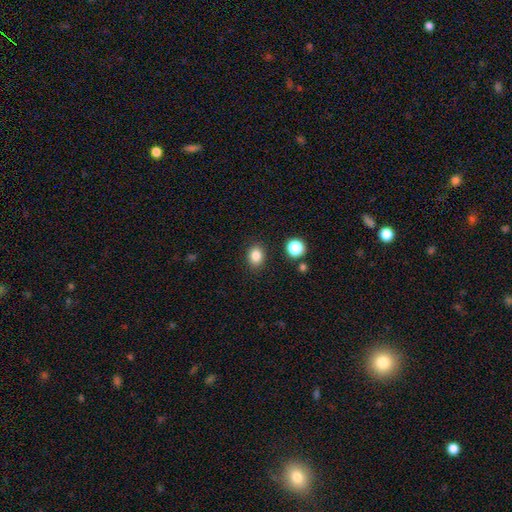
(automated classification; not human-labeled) Smooth or featured?
  - smooth: 84% *
  - star or artifact: 11%
  - featured or disk: 5%
How rounded?
  - in between: 56% *
  - round: 43%
  - cigar-shaped: 1%
Merging?
  - none: 87% *
  - minor disturbance: 8%
  - major disturbance: 3%
  - merger: 2%